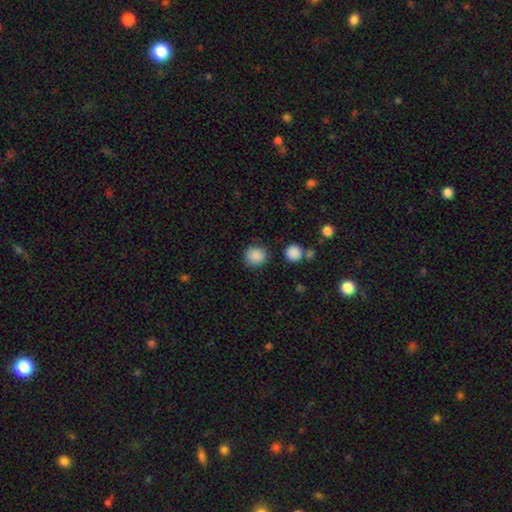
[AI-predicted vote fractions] Smooth or featured?
  - smooth: 87% *
  - star or artifact: 10%
  - featured or disk: 3%
How rounded?
  - round: 90% *
  - in between: 9%
  - cigar-shaped: 1%
Merging?
  - none: 87% *
  - minor disturbance: 8%
  - major disturbance: 3%
  - merger: 3%